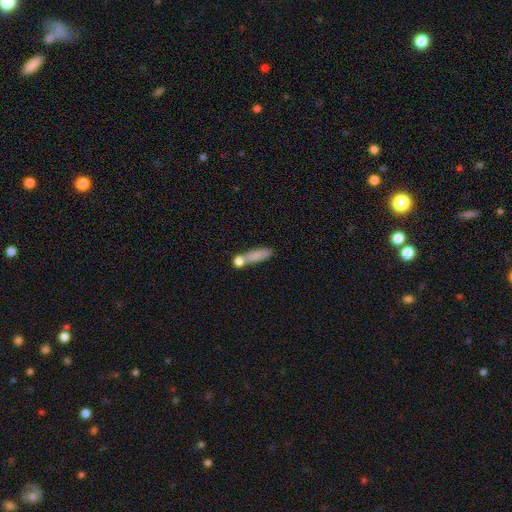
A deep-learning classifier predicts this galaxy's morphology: Q: Smooth or featured?
A: smooth (74%); runner-up: featured or disk (16%)
Q: How rounded?
A: cigar-shaped (61%); runner-up: in between (31%)
Q: Merging?
A: none (45%); runner-up: merger (31%)